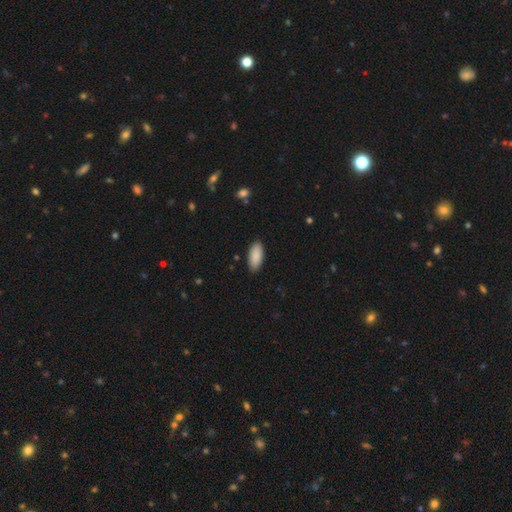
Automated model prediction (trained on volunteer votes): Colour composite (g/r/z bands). It shows a smooth galaxy with no disk features (90%) that is in between round and cigar-shaped (89%). Merging: none (89%).